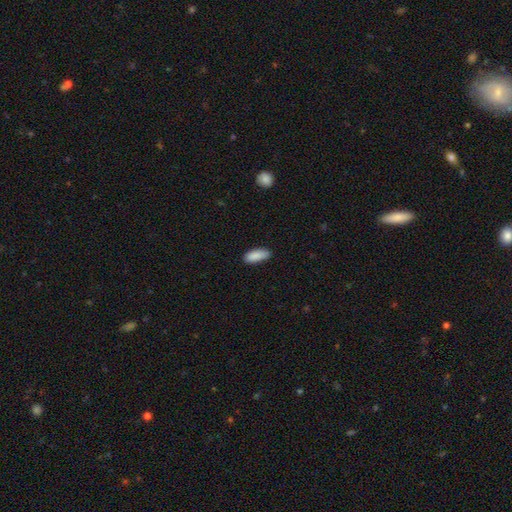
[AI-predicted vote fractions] The model was most divided on "how rounded": in between: 78%, cigar-shaped: 21%, round: 2%. More confident: smooth or featured — smooth (89%); merging — none (80%).